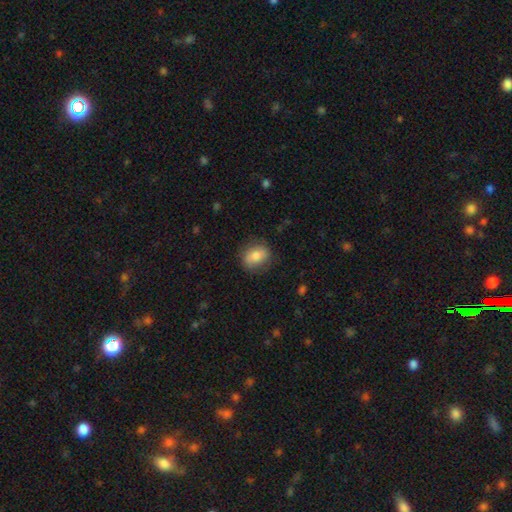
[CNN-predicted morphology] The model was most divided on "how rounded": in between: 60%, round: 38%, cigar-shaped: 2%. More confident: merging — none (80%); smooth or featured — smooth (80%).